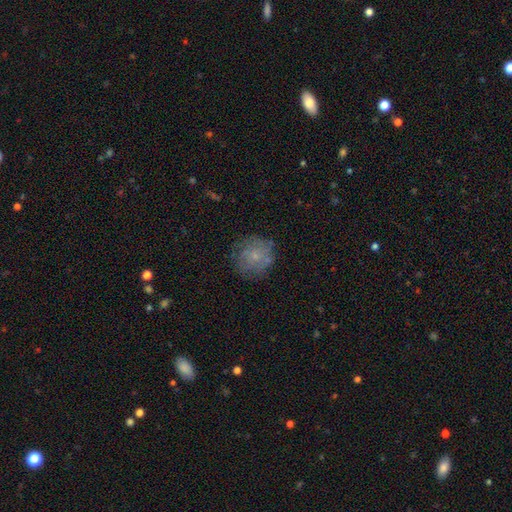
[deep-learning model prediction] smooth_or_featured: smooth (p=0.50) [alt: featured or disk p=0.39]
how_rounded: round (p=0.87) [alt: in between p=0.11]
merging: none (p=0.74) [alt: minor disturbance p=0.17]